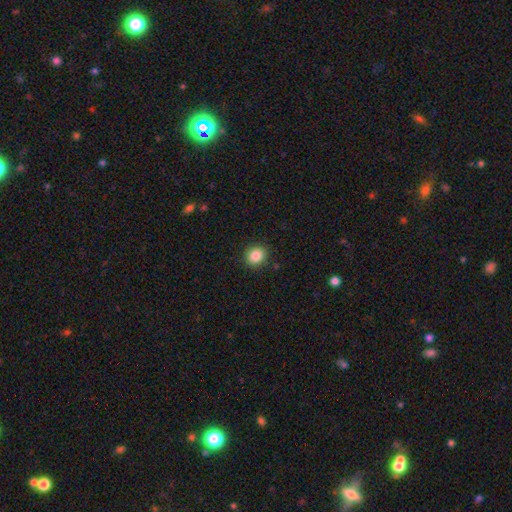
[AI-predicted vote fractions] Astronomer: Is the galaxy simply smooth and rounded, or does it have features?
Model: smooth — 86%.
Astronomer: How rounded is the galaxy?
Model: round — 78%.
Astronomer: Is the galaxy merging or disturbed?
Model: none — 90%.